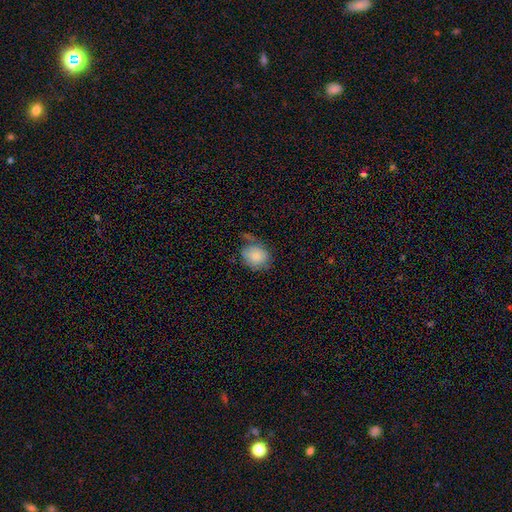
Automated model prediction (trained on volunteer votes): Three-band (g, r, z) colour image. It shows a smooth galaxy with no disk features (80%) that is round (57%). Merging: none (50%).